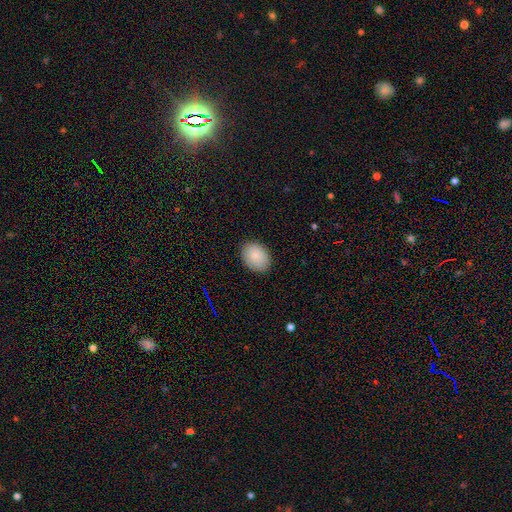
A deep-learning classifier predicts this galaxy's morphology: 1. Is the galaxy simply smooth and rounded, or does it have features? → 87% smooth, 7% star or artifact, 6% featured or disk.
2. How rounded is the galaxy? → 68% in between, 32% round, 1% cigar-shaped.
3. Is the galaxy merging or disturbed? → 87% none, 10% minor disturbance, 2% major disturbance, 1% merger.